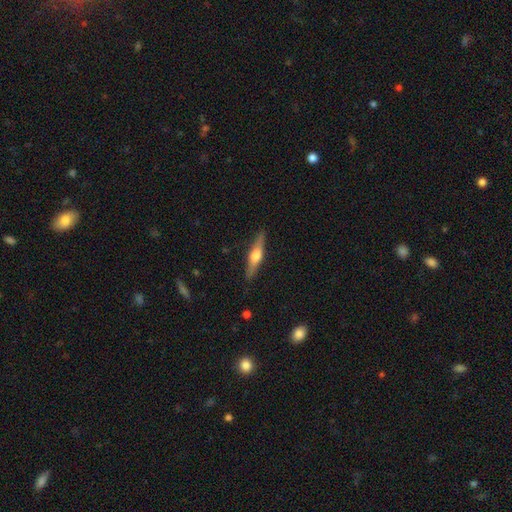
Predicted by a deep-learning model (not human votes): Smooth or featured?
  - featured or disk: 67% *
  - smooth: 27%
  - star or artifact: 6%
Edge-on disk?
  - yes: 97% *
  - no: 3%
Edge-on bulge?
  - rounded: 92% *
  - boxy: 5%
  - none: 2%
Merging?
  - none: 89% *
  - minor disturbance: 8%
  - major disturbance: 2%
  - merger: 1%